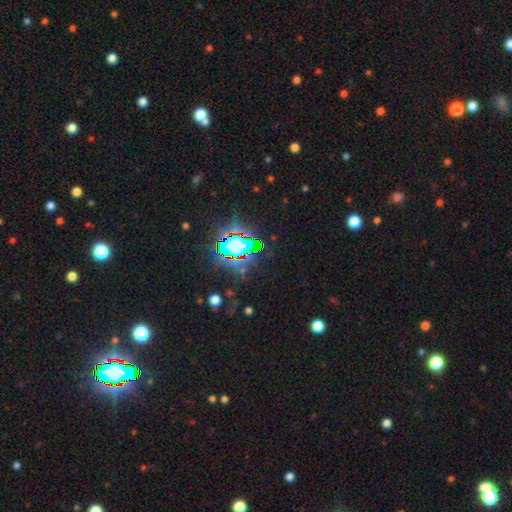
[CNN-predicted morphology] This is clearly a star or artifact rather than a galaxy (84%).